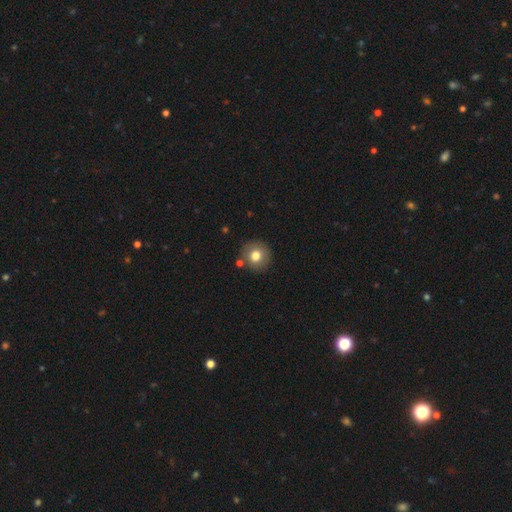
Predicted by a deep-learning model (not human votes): A smooth galaxy with no disk features (76%) that is round (92%).

Vote fractions:
- Smooth or featured? smooth: 76% / featured or disk: 13% / star or artifact: 10%
- How rounded? round: 92% / in between: 7% / cigar-shaped: 1%
- Merging? none: 83% / minor disturbance: 9% / merger: 6% / major disturbance: 3%